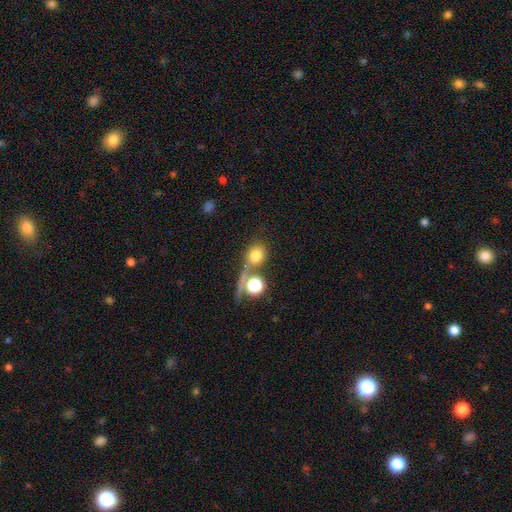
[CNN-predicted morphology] This appears to be a smooth galaxy with no disk features (70%) that is round (74%). Merging: none (47%).